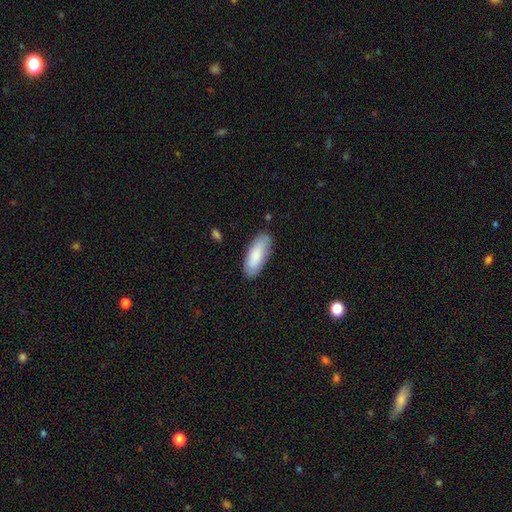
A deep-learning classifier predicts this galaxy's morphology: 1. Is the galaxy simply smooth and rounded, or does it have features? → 81% smooth, 13% featured or disk, 6% star or artifact.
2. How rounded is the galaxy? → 73% in between, 25% cigar-shaped, 2% round.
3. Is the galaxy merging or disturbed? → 82% none, 14% minor disturbance, 3% major disturbance, 2% merger.